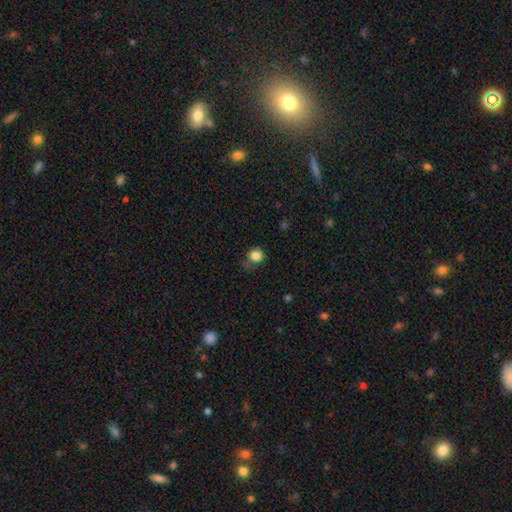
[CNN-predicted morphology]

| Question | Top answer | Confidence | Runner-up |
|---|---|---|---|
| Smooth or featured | smooth | 84% | star or artifact (11%) |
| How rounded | round | 88% | in between (11%) |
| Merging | none | 64% | minor disturbance (24%) |